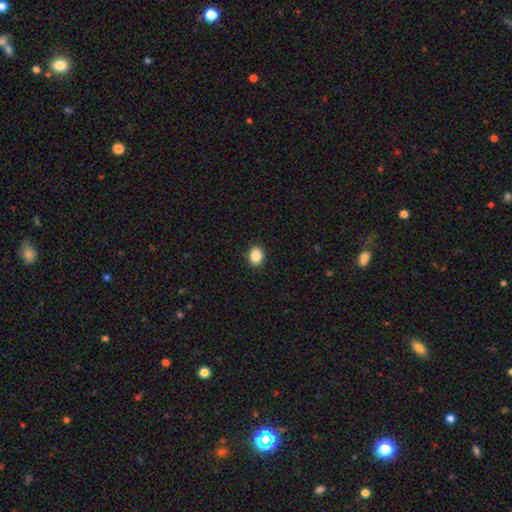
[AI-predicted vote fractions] Q: Smooth or featured?
A: smooth (87%); runner-up: star or artifact (9%)
Q: How rounded?
A: round (50%); runner-up: in between (49%)
Q: Merging?
A: none (91%); runner-up: minor disturbance (6%)